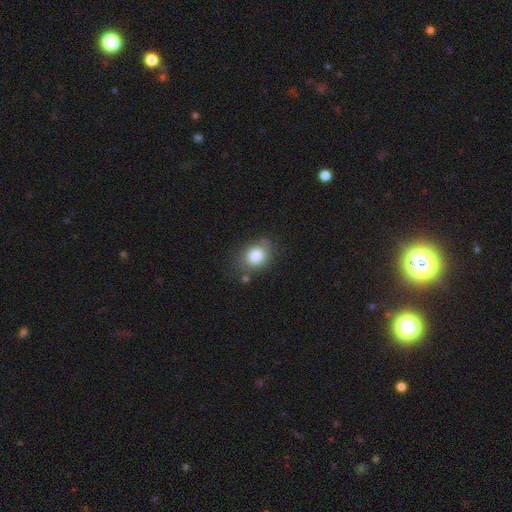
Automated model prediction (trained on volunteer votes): Smooth or featured? Predicted: smooth (p=0.82). How rounded? Predicted: in between (p=0.59). Merging? Predicted: none (p=0.73).